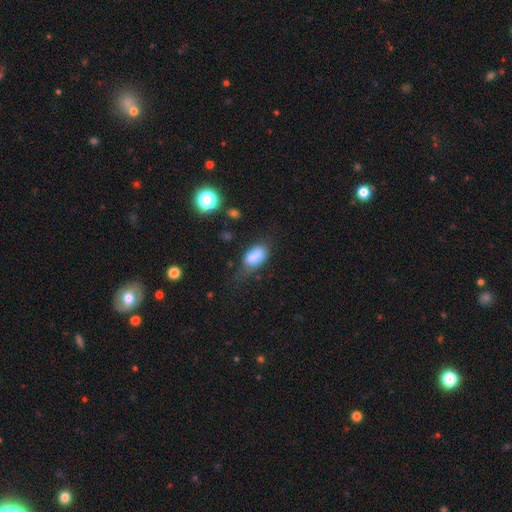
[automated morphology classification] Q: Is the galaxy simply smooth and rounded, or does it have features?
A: smooth — 83%.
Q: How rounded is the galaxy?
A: in between — 90%.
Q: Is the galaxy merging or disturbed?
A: none — 45%.